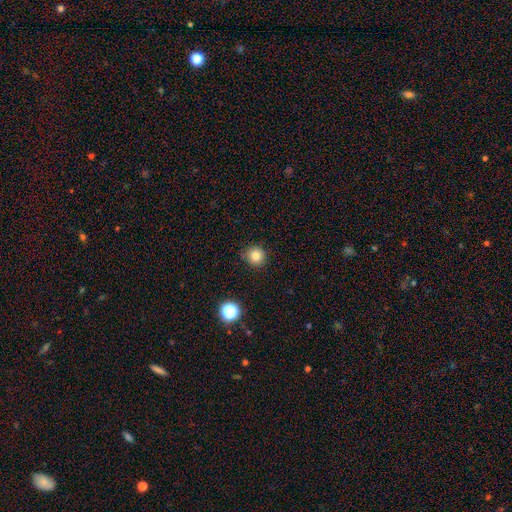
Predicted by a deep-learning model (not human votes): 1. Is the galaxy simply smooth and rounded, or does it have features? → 83% smooth, 12% star or artifact, 5% featured or disk.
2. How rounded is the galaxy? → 94% round, 5% in between, 1% cigar-shaped.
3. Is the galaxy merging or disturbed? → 87% none, 9% minor disturbance, 2% major disturbance, 2% merger.